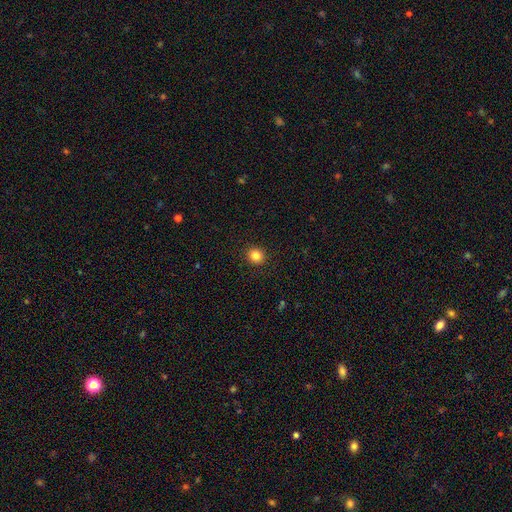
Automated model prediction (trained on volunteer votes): Smooth or featured? smooth (84%)
How rounded? round (84%)
Merging? none (92%)